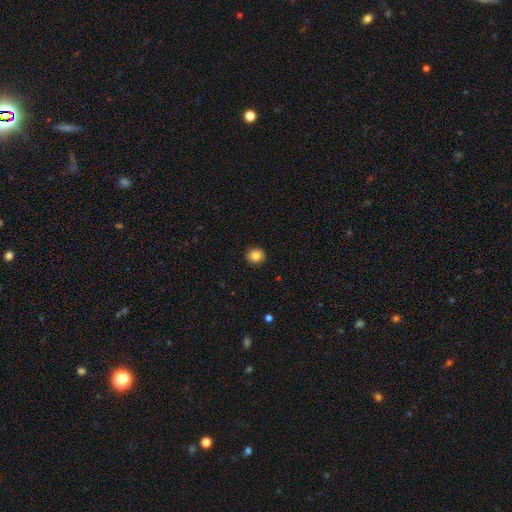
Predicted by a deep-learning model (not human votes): Smooth or featured: smooth — 83% (star or artifact — 10%)
How rounded: round — 85% (in between — 14%)
Merging: none — 92% (minor disturbance — 6%)